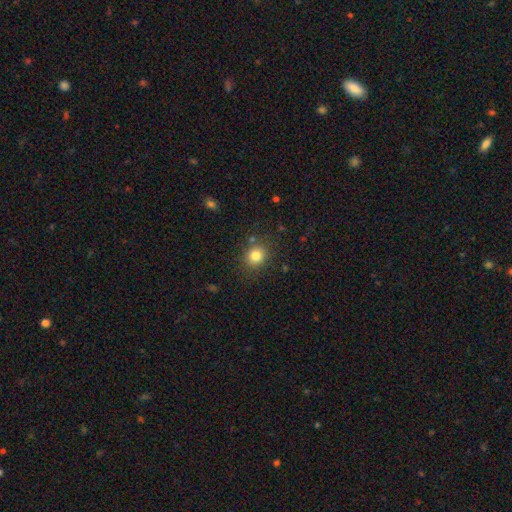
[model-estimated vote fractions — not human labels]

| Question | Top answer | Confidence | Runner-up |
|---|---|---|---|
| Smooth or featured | smooth | 82% | star or artifact (12%) |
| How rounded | round | 75% | in between (24%) |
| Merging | none | 83% | minor disturbance (10%) |